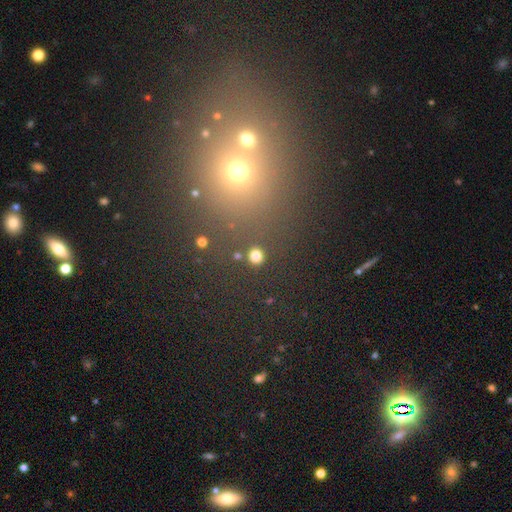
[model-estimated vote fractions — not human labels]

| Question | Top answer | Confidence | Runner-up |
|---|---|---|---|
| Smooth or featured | smooth | 81% | star or artifact (15%) |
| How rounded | round | 88% | in between (11%) |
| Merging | none | 87% | minor disturbance (6%) |